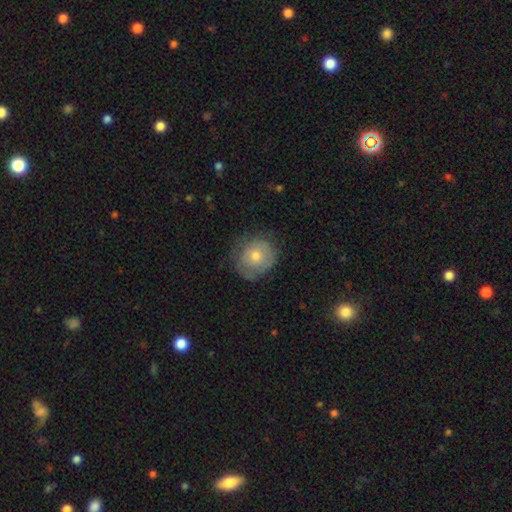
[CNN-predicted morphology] type=smooth (60%); roundness=round (80%); merging=none (67%).